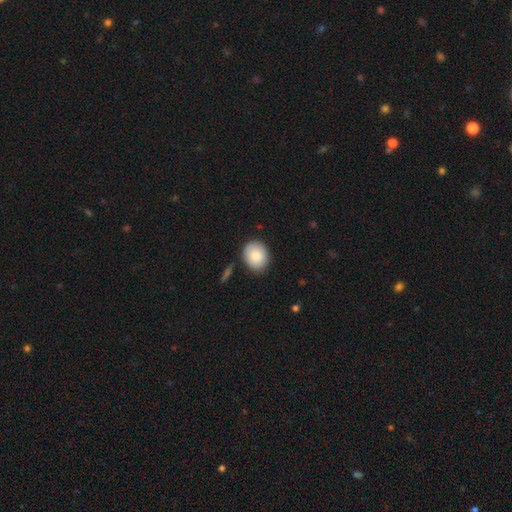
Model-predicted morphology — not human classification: The model was most divided on "how rounded": round: 55%, in between: 44%, cigar-shaped: 1%. More confident: smooth or featured — smooth (86%); merging — none (83%).